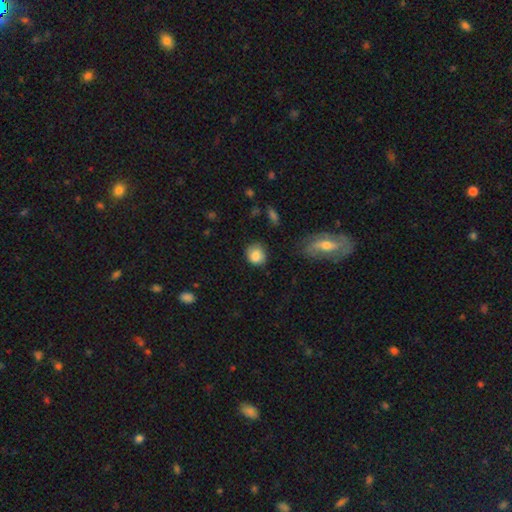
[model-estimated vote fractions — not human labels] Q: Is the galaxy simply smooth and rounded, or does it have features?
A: smooth — 81%.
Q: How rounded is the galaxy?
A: round — 72%.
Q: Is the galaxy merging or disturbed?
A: none — 72%.